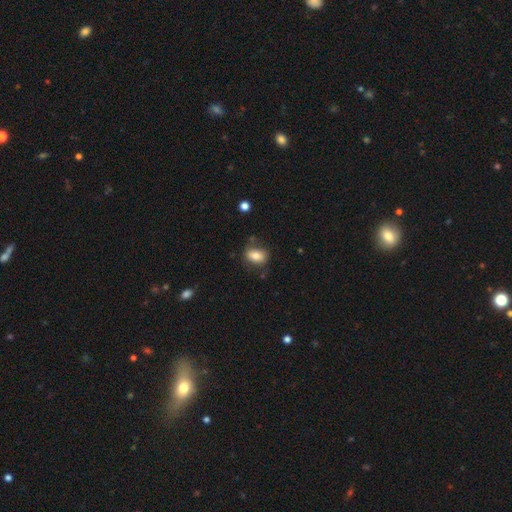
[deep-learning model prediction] The model was most divided on "how rounded": in between: 76%, round: 22%, cigar-shaped: 2%. More confident: smooth or featured — smooth (79%); merging — none (74%).